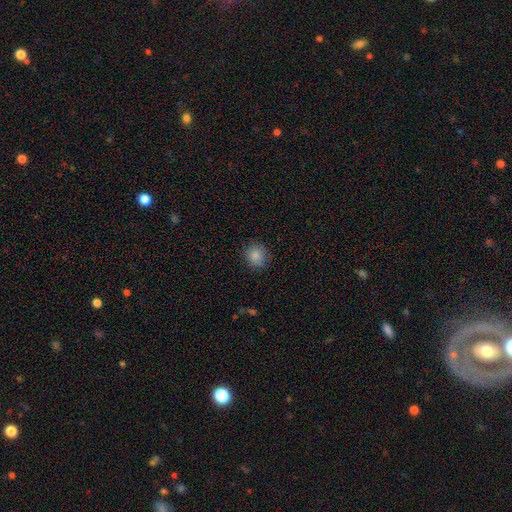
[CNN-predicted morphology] Overall: smooth (86%). How rounded: round (83%). Merging: none (85%).